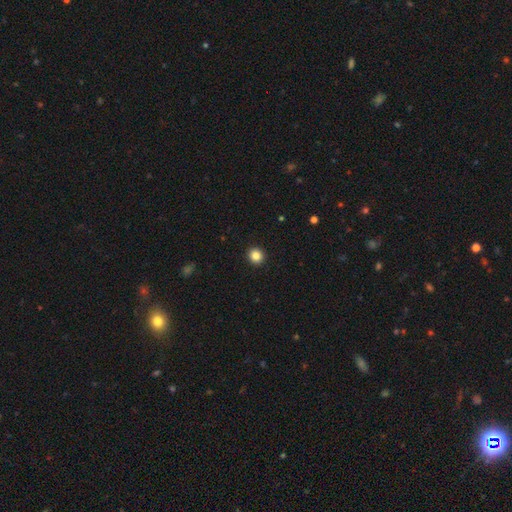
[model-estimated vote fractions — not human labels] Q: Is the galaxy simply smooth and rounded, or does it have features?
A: smooth — 86%.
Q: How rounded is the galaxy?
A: round — 90%.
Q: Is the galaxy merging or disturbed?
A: none — 93%.